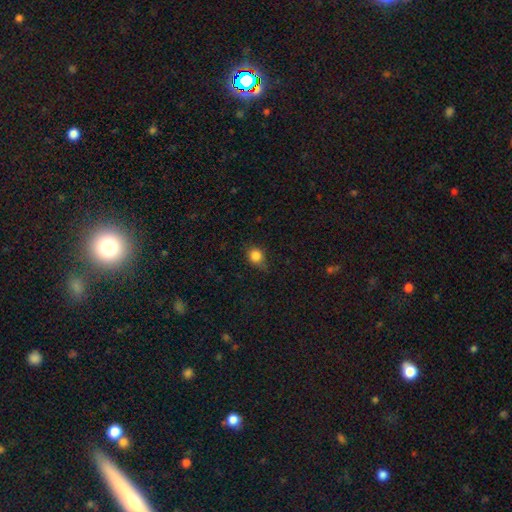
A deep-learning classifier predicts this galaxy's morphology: This appears to be a smooth galaxy with no disk features (83%) that is round (80%). Merging: none (68%).